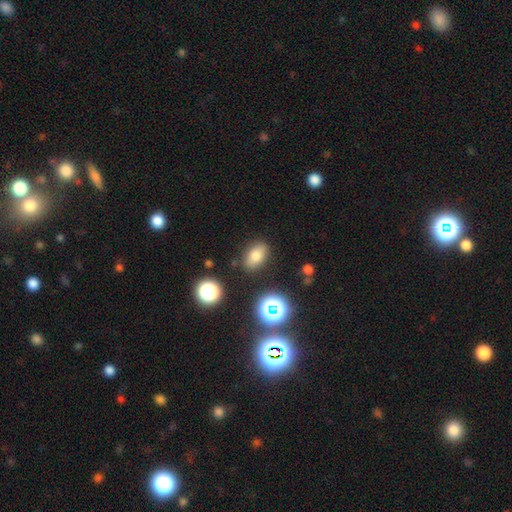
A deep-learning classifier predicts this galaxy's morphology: Q: Smooth or featured?
A: smooth (75%); runner-up: star or artifact (15%)
Q: How rounded?
A: in between (83%); runner-up: round (14%)
Q: Merging?
A: none (83%); runner-up: minor disturbance (11%)